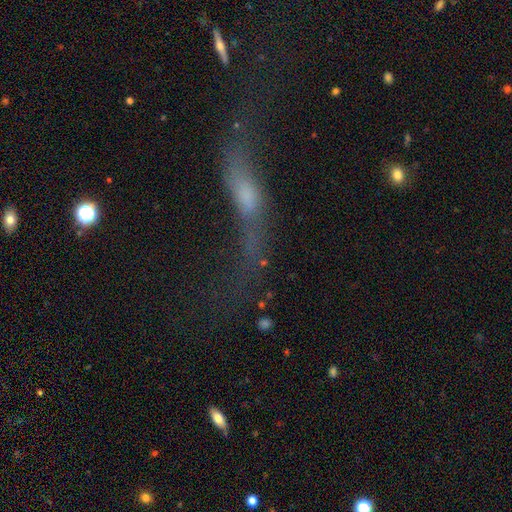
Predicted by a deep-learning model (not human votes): Smooth or featured: featured or disk — 55% (smooth — 29%)
Edge-on disk: no — 59% (yes — 41%)
Merging: none — 37% (major disturbance — 36%)